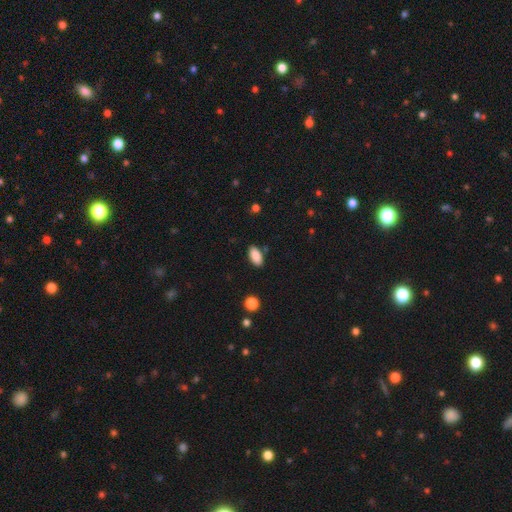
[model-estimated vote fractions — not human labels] smooth_or_featured: smooth (p=0.88) [alt: star or artifact p=0.07]
how_rounded: in between (p=0.92) [alt: cigar-shaped p=0.05]
merging: none (p=0.86) [alt: minor disturbance p=0.10]